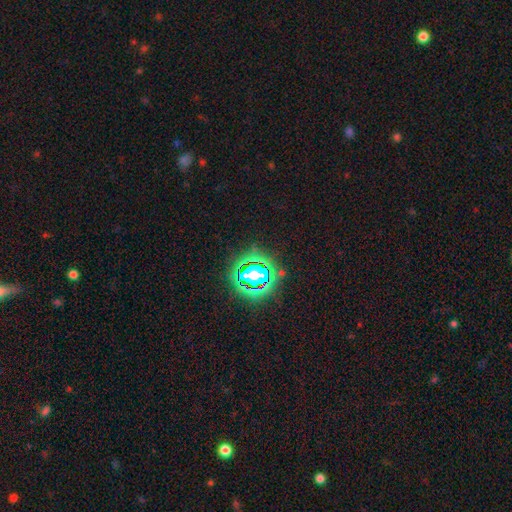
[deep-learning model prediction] smooth-or-featured: star or artifact: 81% | smooth: 12% | featured or disk: 6%